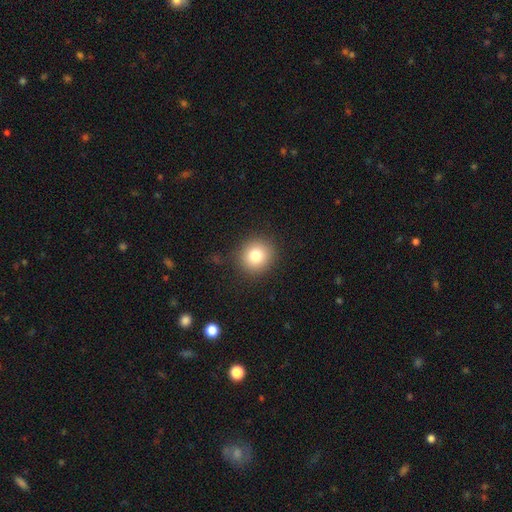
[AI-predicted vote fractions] This appears to be a smooth galaxy with no disk features (80%) that is round (90%). Merging: none (89%).